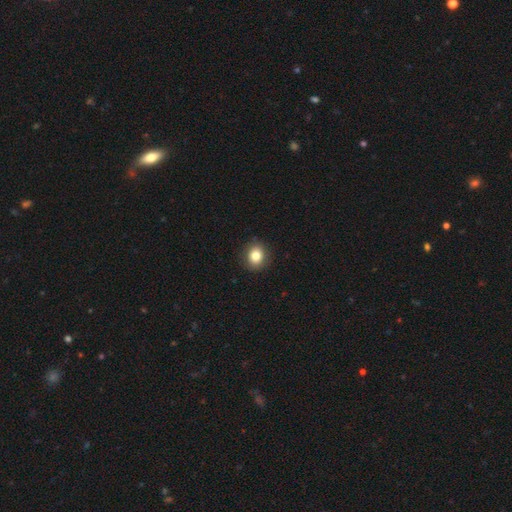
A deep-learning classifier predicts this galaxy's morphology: type=smooth (82%); roundness=round (72%); merging=none (90%).